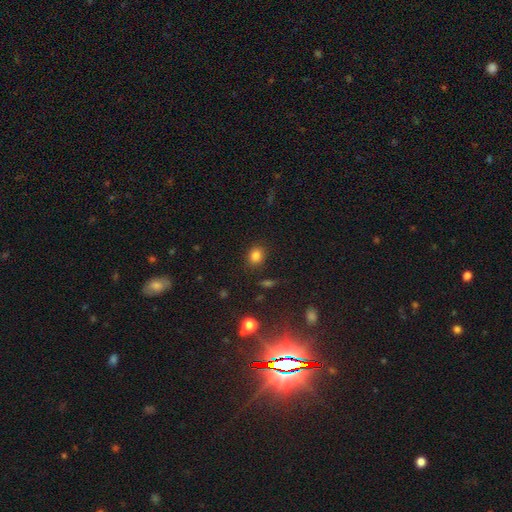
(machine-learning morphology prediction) Smooth or featured?
  - smooth: 82% *
  - star or artifact: 12%
  - featured or disk: 6%
How rounded?
  - round: 65% *
  - in between: 33%
  - cigar-shaped: 1%
Merging?
  - none: 86% *
  - minor disturbance: 9%
  - major disturbance: 3%
  - merger: 2%